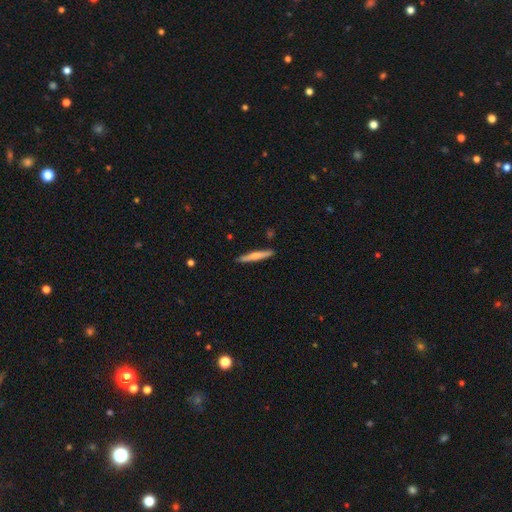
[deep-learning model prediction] Smooth or featured? smooth (57%)
How rounded? cigar-shaped (95%)
Merging? none (90%)